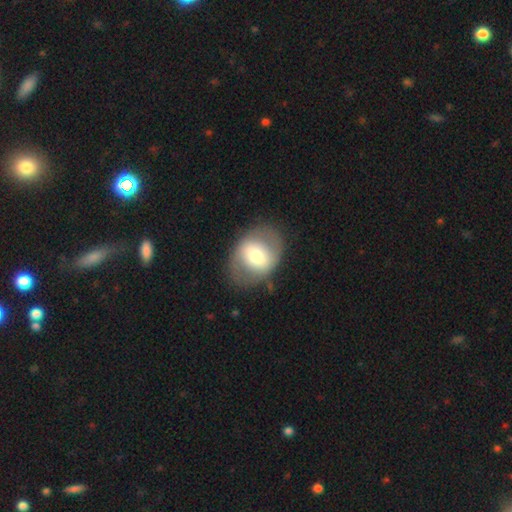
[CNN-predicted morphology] smooth_or_featured: smooth (p=0.53) [alt: featured or disk p=0.40]
how_rounded: in between (p=0.65) [alt: round p=0.34]
merging: none (p=0.77) [alt: minor disturbance p=0.14]